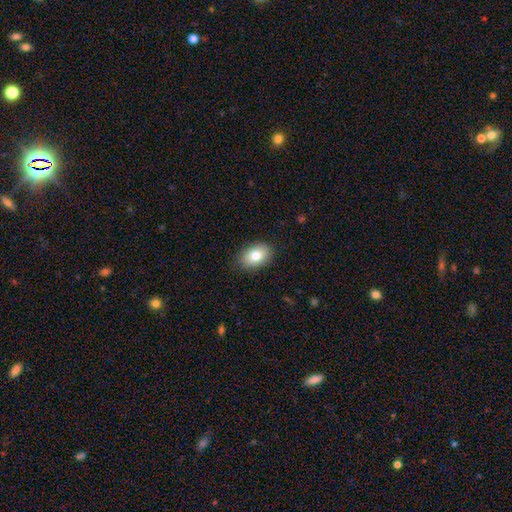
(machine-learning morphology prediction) Smooth or featured?
  - smooth: 80% *
  - featured or disk: 12%
  - star or artifact: 8%
How rounded?
  - in between: 85% *
  - round: 14%
  - cigar-shaped: 1%
Merging?
  - none: 87% *
  - minor disturbance: 10%
  - major disturbance: 2%
  - merger: 1%